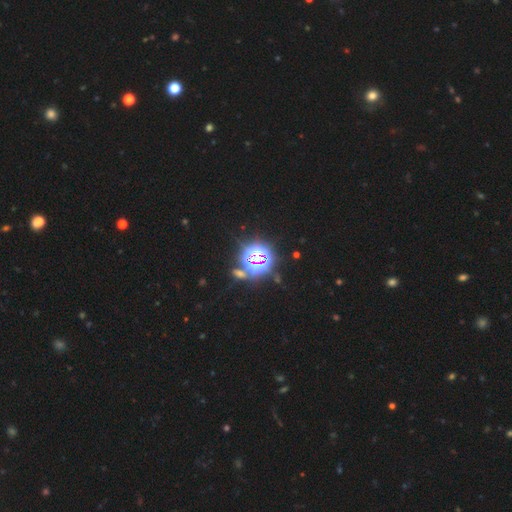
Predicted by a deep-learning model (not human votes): Overall: star or artifact (76%).